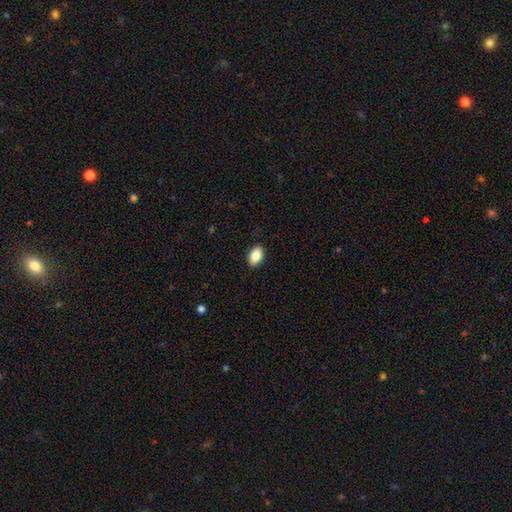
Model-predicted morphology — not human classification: A smooth galaxy with no disk features (86%) that is in between round and cigar-shaped (90%).

Vote fractions:
- Smooth or featured? smooth: 86% / star or artifact: 8% / featured or disk: 6%
- How rounded? in between: 90% / round: 9% / cigar-shaped: 1%
- Merging? none: 89% / minor disturbance: 8% / major disturbance: 2% / merger: 1%